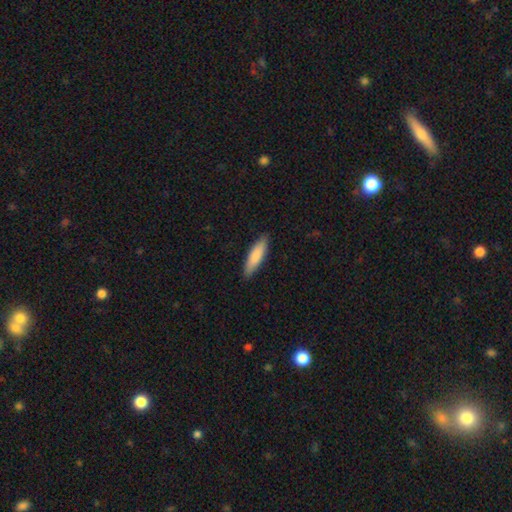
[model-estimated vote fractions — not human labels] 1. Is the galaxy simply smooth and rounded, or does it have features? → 85% smooth, 10% featured or disk, 5% star or artifact.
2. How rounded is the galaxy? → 66% cigar-shaped, 33% in between, 1% round.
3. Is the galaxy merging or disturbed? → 88% none, 10% minor disturbance, 2% major disturbance, 1% merger.